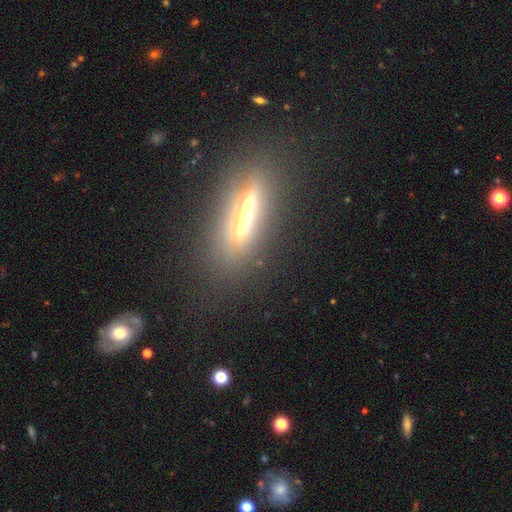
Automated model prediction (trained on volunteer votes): Q: Smooth or featured?
A: featured or disk (50%); runner-up: smooth (35%)
Q: Merging?
A: none (82%); runner-up: minor disturbance (10%)